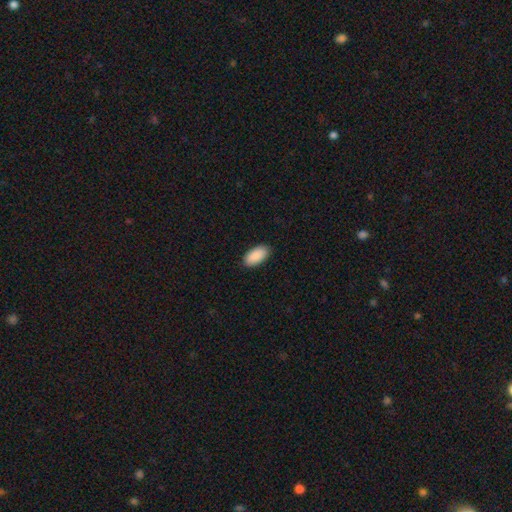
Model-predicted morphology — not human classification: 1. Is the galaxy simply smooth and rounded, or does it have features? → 91% smooth, 6% star or artifact, 3% featured or disk.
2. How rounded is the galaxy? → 95% in between, 3% cigar-shaped, 2% round.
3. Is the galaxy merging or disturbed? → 89% none, 8% minor disturbance, 2% major disturbance, 1% merger.